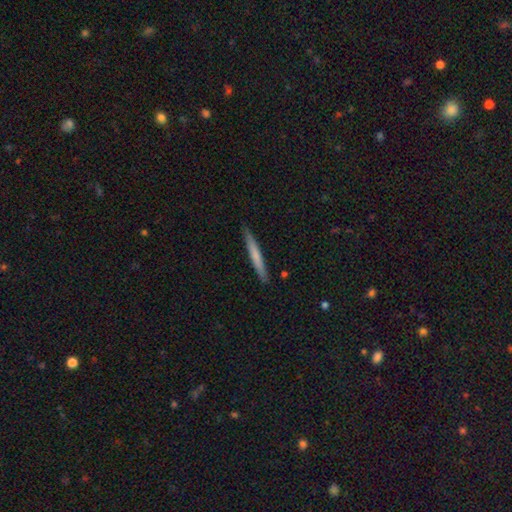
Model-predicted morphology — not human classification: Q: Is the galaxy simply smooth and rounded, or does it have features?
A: smooth — 65%.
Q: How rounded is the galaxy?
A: cigar-shaped — 96%.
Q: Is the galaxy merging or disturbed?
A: none — 89%.